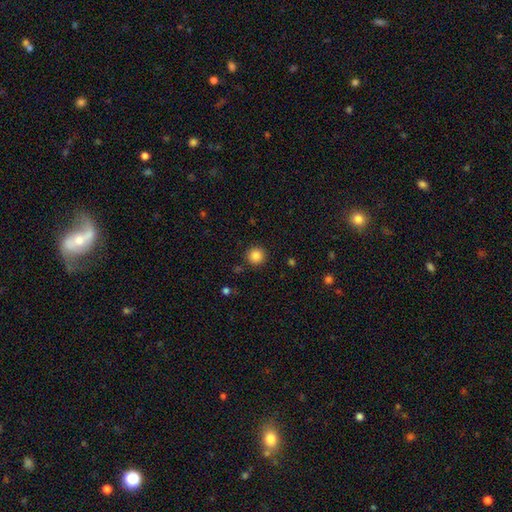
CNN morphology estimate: Smooth or featured? smooth (86%)
How rounded? round (95%)
Merging? none (91%)